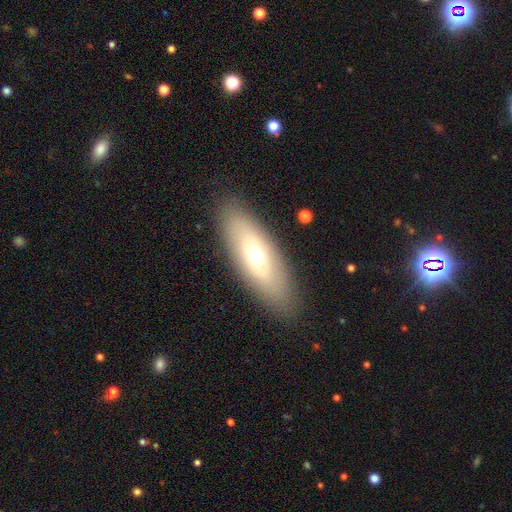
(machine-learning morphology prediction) Smooth or featured? smooth (58%)
How rounded? in between (72%)
Merging? none (86%)